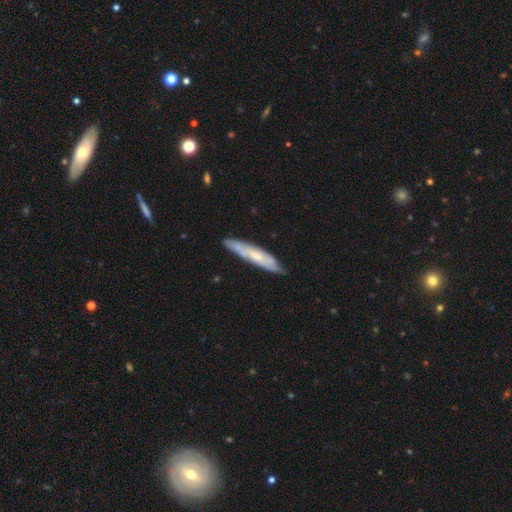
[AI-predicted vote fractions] Smooth or featured: featured or disk — 48% (smooth — 46%)
Merging: none — 77% (minor disturbance — 18%)